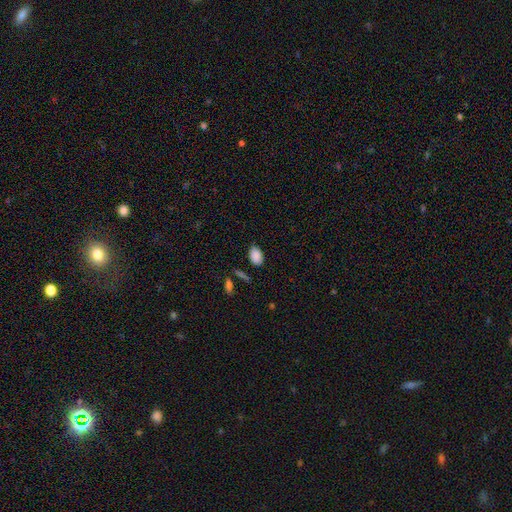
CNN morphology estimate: smooth 88%, star or artifact 8%, featured or disk 4%. Down the decision tree: how rounded — in between (88%); merging — none (80%).